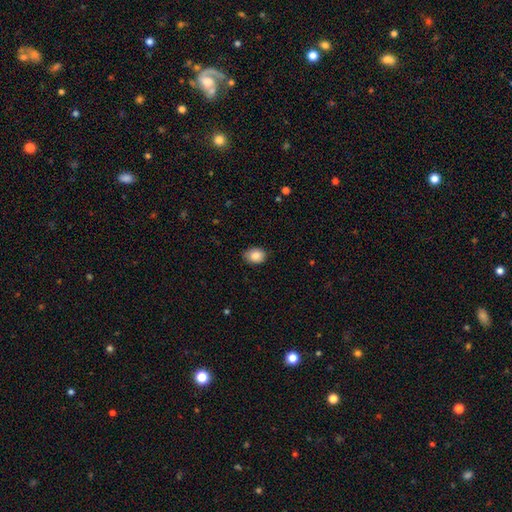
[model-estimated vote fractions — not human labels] A smooth galaxy with no disk features (88%) that is in between round and cigar-shaped (60%). Merging: none (82%).